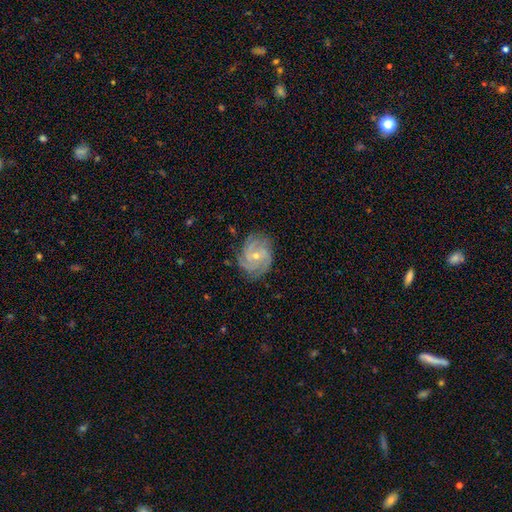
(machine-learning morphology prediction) This is clearly a featured or disk galaxy (85%). It is clearly not viewed edge-on (98%). Bar: likely no (60%). Spiral arm pattern: clearly yes (97%). Spiral arm count: marginally 3 (35%). Spiral winding: possibly tight (59%). Central bulge: possibly small (58%). Merging: likely none (78%).